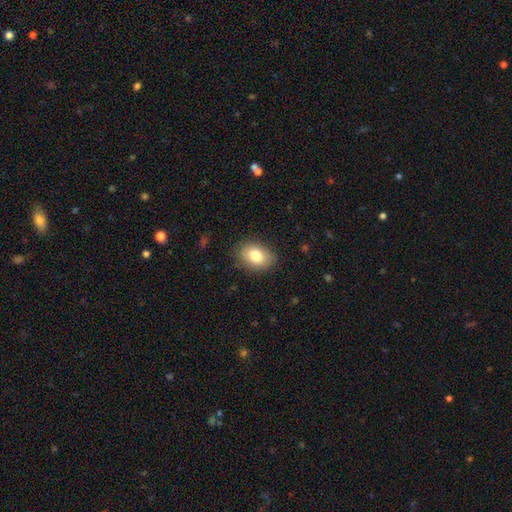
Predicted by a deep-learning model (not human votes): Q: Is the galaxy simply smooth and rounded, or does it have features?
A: smooth — 80%.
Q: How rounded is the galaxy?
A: in between — 75%.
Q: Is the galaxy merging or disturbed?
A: none — 85%.